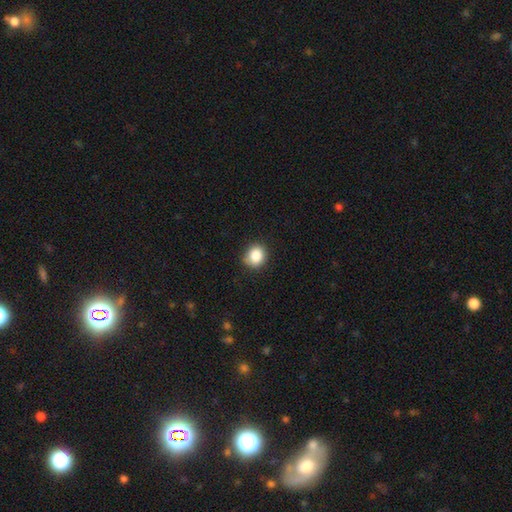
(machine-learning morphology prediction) smooth_or_featured: smooth (p=0.85) [alt: star or artifact p=0.10]
how_rounded: round (p=0.77) [alt: in between p=0.22]
merging: none (p=0.80) [alt: minor disturbance p=0.15]